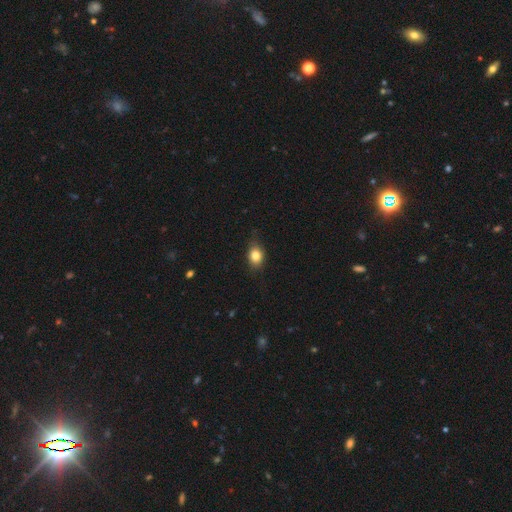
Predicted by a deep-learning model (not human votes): Smooth or featured? smooth (81%)
How rounded? in between (61%)
Merging? none (76%)